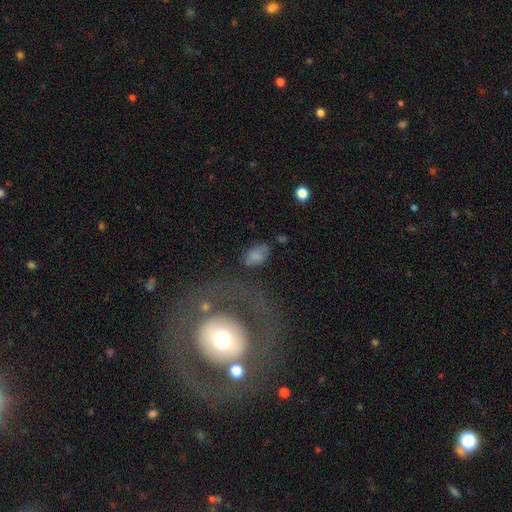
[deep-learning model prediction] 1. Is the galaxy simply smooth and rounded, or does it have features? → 74% smooth, 15% featured or disk, 11% star or artifact.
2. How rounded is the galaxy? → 87% in between, 12% round, 2% cigar-shaped.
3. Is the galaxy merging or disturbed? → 63% none, 21% minor disturbance, 10% major disturbance, 6% merger.